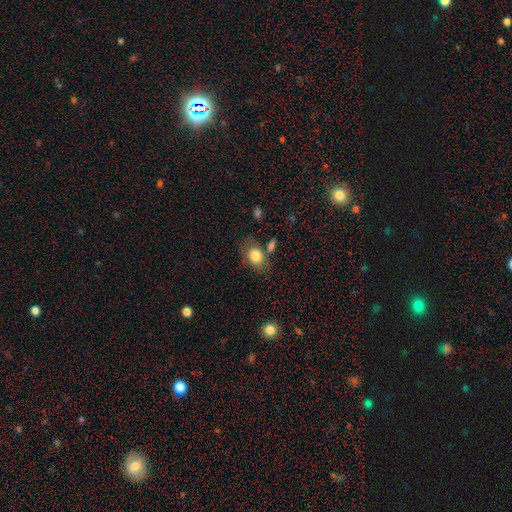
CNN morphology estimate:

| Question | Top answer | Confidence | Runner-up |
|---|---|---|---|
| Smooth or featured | smooth | 81% | featured or disk (11%) |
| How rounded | in between | 76% | round (22%) |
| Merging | none | 65% | minor disturbance (18%) |